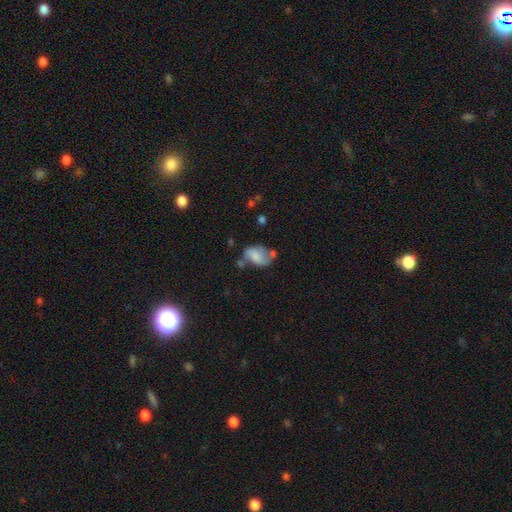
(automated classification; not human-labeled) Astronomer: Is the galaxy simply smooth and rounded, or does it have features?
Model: smooth — 51% (runner-up: featured or disk, 39%).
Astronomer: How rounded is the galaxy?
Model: in between — 85%.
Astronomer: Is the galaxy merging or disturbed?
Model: none — 32% (runner-up: minor disturbance, 27%).